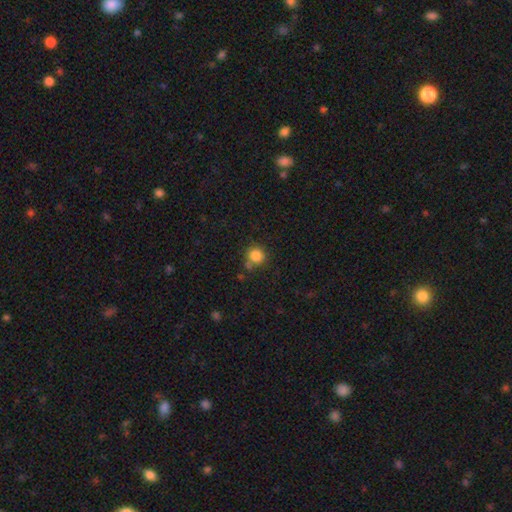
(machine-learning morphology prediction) smooth_or_featured: smooth (p=0.84) [alt: star or artifact p=0.11]
how_rounded: round (p=0.91) [alt: in between p=0.08]
merging: none (p=0.70) [alt: minor disturbance p=0.15]